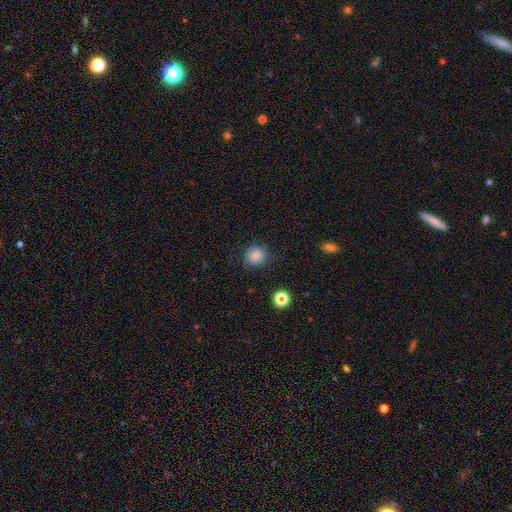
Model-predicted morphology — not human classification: smooth_or_featured: smooth (p=0.85) [alt: star or artifact p=0.10]
how_rounded: round (p=0.81) [alt: in between p=0.18]
merging: none (p=0.82) [alt: minor disturbance p=0.13]